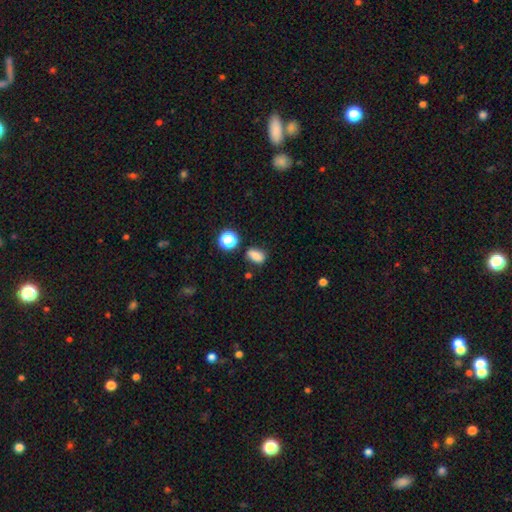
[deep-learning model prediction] Overall: smooth (76%). How rounded: in between (72%). Merging: none (72%).